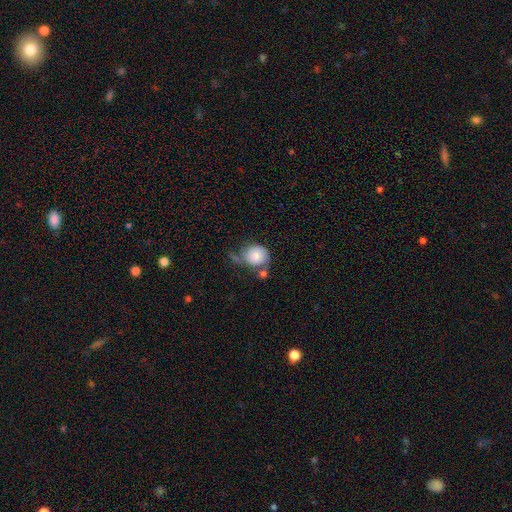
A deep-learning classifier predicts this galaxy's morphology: Smooth or featured? Predicted: smooth (p=0.72). How rounded? Predicted: round (p=0.79). Merging? Predicted: none (p=0.34).